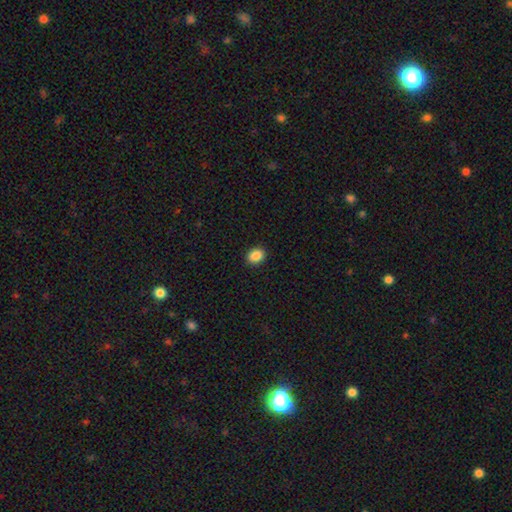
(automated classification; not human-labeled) smooth 89%, star or artifact 9%, featured or disk 3%. Down the decision tree: how rounded — in between (59%); merging — none (91%).